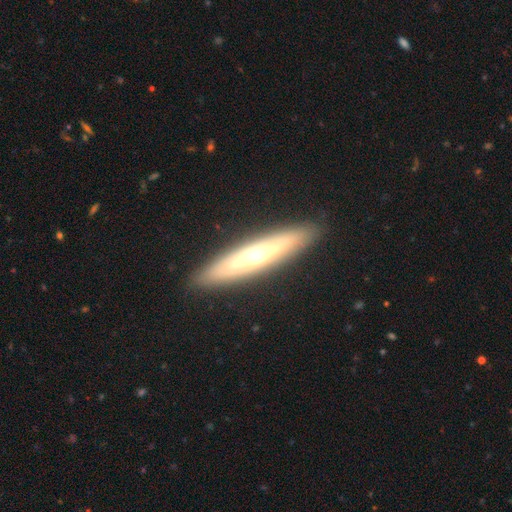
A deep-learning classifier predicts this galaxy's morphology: Smooth or featured? featured or disk (64%)
Edge-on disk? yes (68%)
Merging? none (88%)